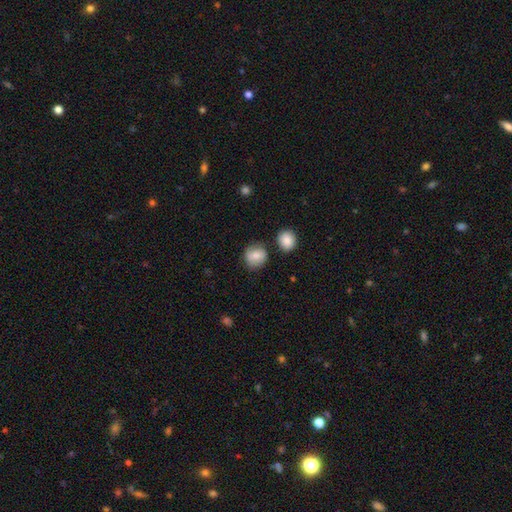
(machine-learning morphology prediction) Q: Smooth or featured?
A: smooth (74%); runner-up: featured or disk (18%)
Q: How rounded?
A: round (85%); runner-up: in between (14%)
Q: Merging?
A: none (74%); runner-up: minor disturbance (15%)